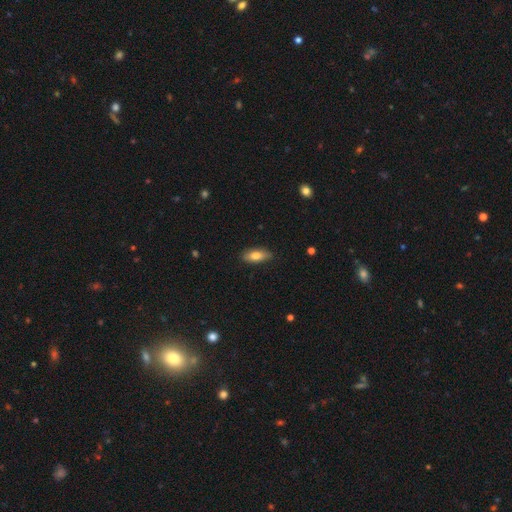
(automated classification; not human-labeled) The model was most divided on "how rounded": in between: 80%, cigar-shaped: 18%, round: 3%. More confident: merging — none (83%); smooth or featured — smooth (78%).